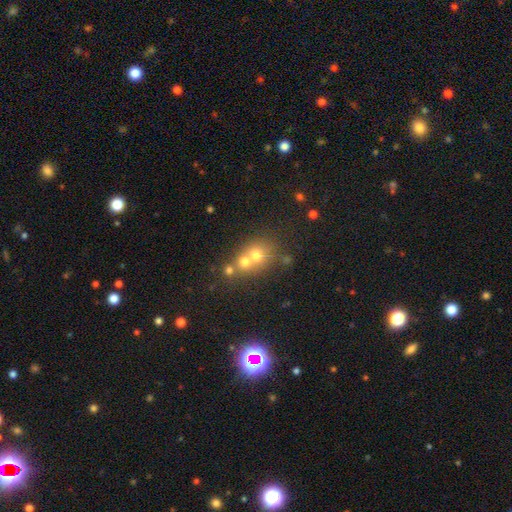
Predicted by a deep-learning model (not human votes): A smooth galaxy with no disk features (63%) that is round (74%). Merging: merger (57%).